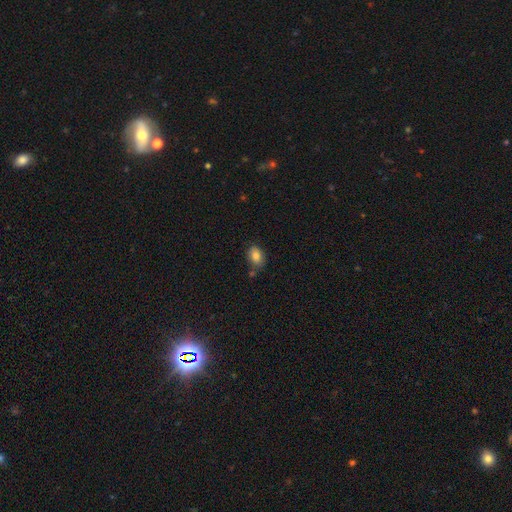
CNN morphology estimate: The model was most divided on "merging": none: 74%, minor disturbance: 16%, merger: 7%, major disturbance: 4%. More confident: smooth or featured — smooth (85%); how rounded — in between (82%).